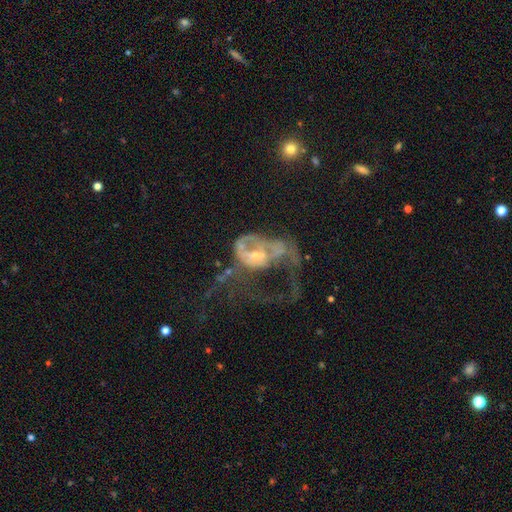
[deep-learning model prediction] A featured or disk galaxy (69%) with no bar (74%), no spiral arms (55%) and a small central bulge (49%). Merging: major disturbance (61%).